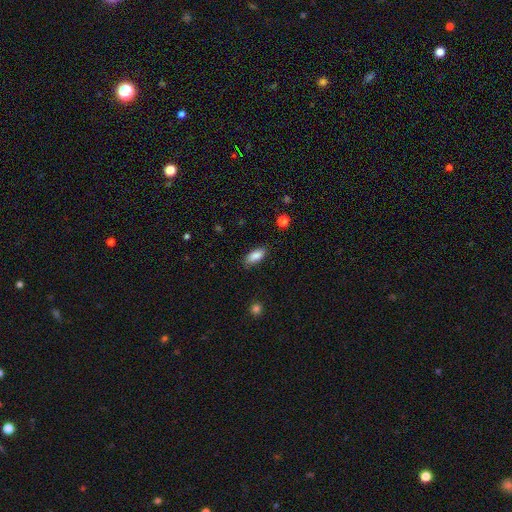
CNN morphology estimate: A smooth galaxy with no disk features (87%) that is in between round and cigar-shaped (85%). Merging: none (83%).